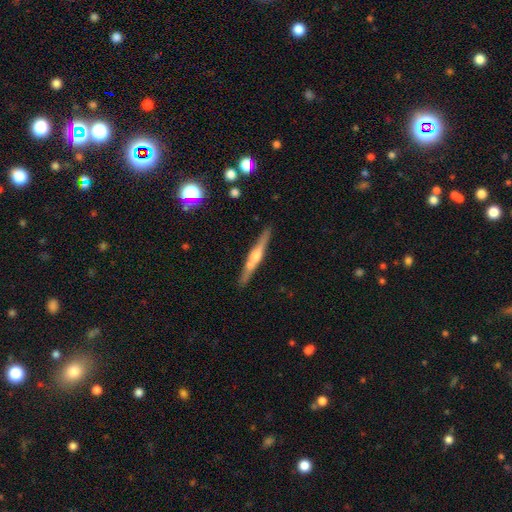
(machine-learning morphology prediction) This is likely a featured or disk galaxy (67%). It is clearly viewed edge-on (97%). Edge-on bulge: clearly rounded (86%). Merging: likely none (79%).